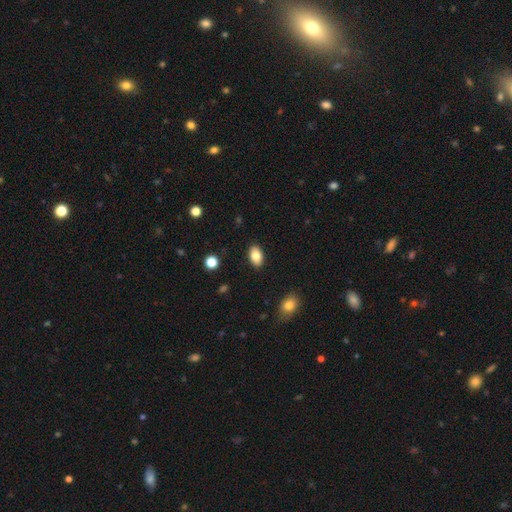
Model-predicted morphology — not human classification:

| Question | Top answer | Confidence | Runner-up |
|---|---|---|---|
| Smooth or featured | smooth | 83% | featured or disk (10%) |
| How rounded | in between | 91% | round (7%) |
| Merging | none | 88% | minor disturbance (8%) |